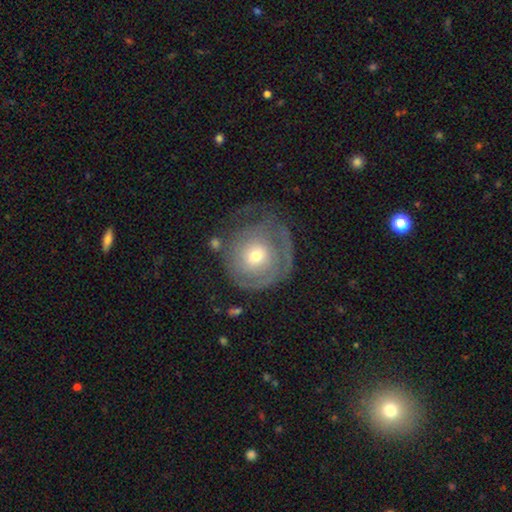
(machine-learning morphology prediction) type=featured or disk (62%); edge-on=no (96%); bar=no (81%); spiral arms=yes (69%); bulge=moderate (49%); merging=none (57%).